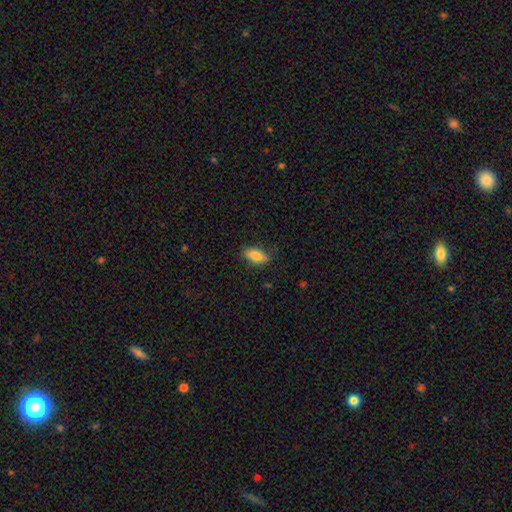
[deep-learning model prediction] Morphology: type=smooth (84%); roundness=in between (82%); merging=none (82%).